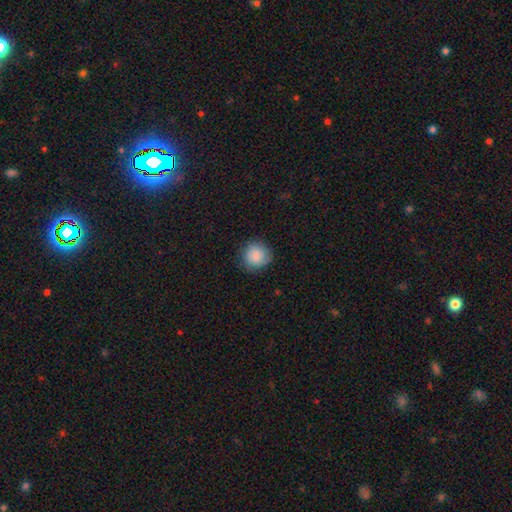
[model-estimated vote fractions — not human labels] Smooth or featured? smooth (86%)
How rounded? round (91%)
Merging? none (84%)